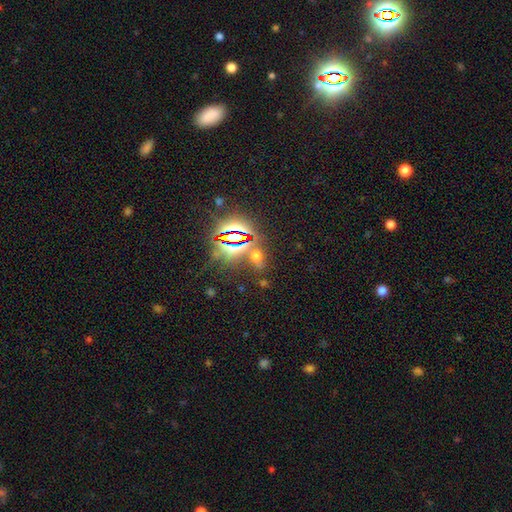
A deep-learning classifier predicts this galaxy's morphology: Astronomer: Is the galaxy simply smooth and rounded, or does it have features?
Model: star or artifact — 54% (runner-up: smooth, 36%).